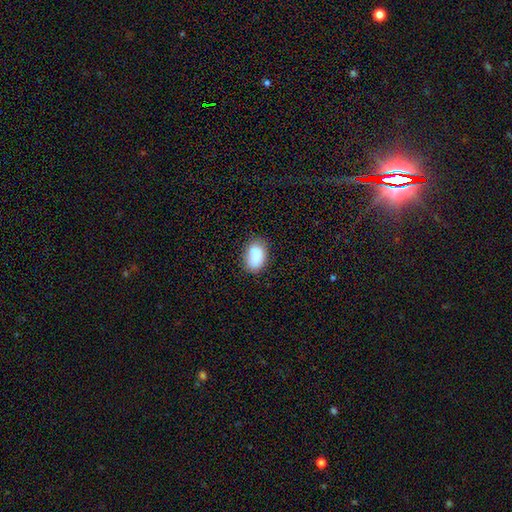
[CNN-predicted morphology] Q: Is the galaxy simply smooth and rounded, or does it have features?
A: smooth — 87%.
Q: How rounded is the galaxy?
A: in between — 86%.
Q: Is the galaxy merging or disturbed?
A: none — 75%.